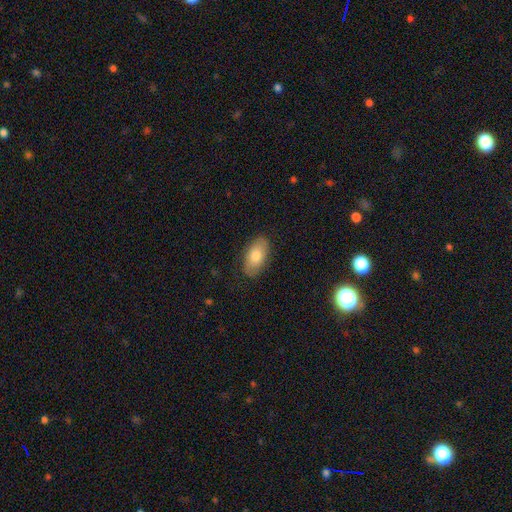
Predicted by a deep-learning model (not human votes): Smooth or featured? Predicted: smooth (p=0.76). How rounded? Predicted: in between (p=0.93). Merging? Predicted: none (p=0.85).